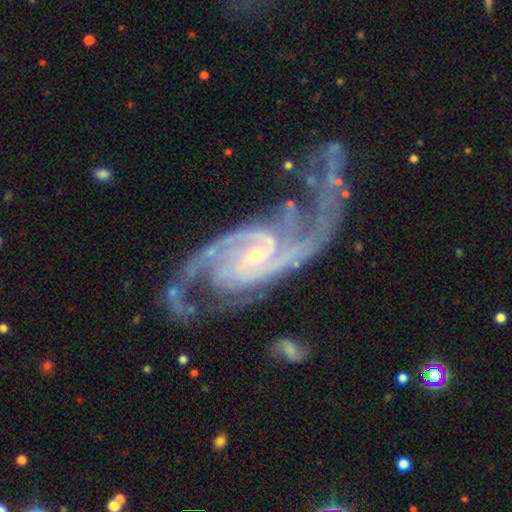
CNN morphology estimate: Smooth or featured? Predicted: featured or disk (p=0.93). Edge-on disk? Predicted: no (p=0.97). Bar? Predicted: weak (p=0.42). Spiral arms? Predicted: yes (p=0.99). Spiral winding? Predicted: medium (p=0.53). Spiral arm count? Predicted: 2 (p=0.78). Bulge size? Predicted: small (p=0.73). Merging? Predicted: none (p=0.58).